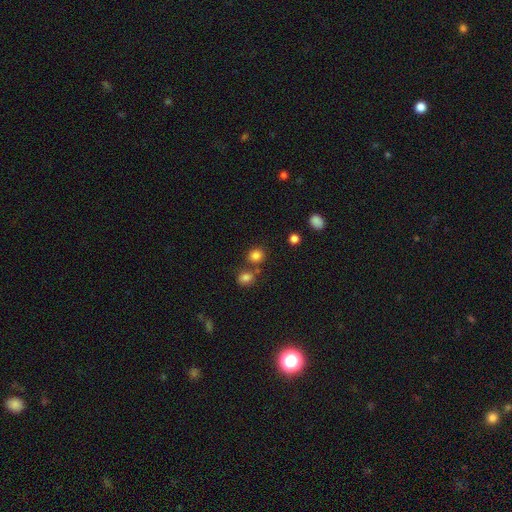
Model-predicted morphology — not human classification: The model was most divided on "merging": none: 68%, merger: 20%, minor disturbance: 9%, major disturbance: 4%. More confident: smooth or featured — smooth (82%); how rounded — round (81%).